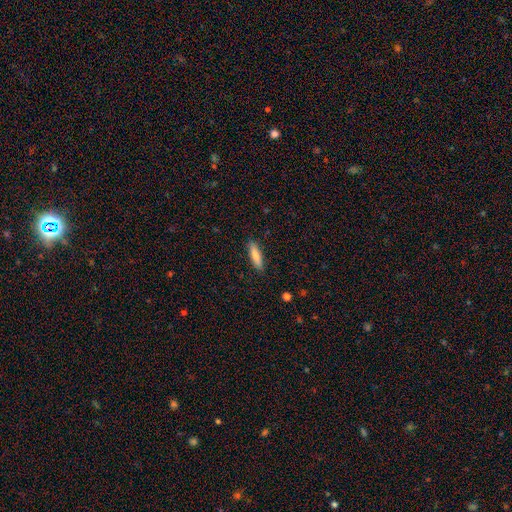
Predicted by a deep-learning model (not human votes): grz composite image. It shows a smooth galaxy with no disk features (77%) that is cigar-shaped (65%). Merging: none (89%).